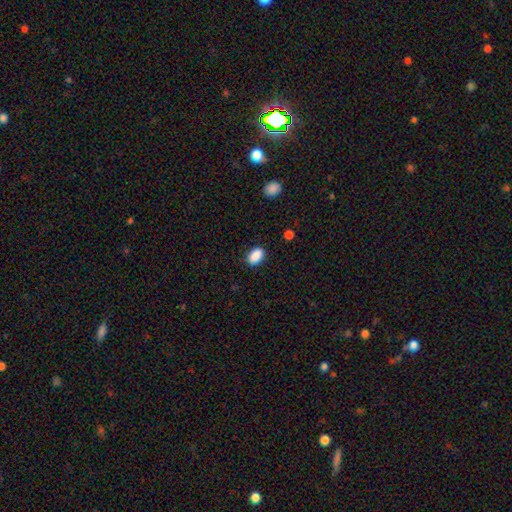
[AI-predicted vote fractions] A smooth galaxy with no disk features (89%) that is in between round and cigar-shaped (88%). Merging: none (87%).